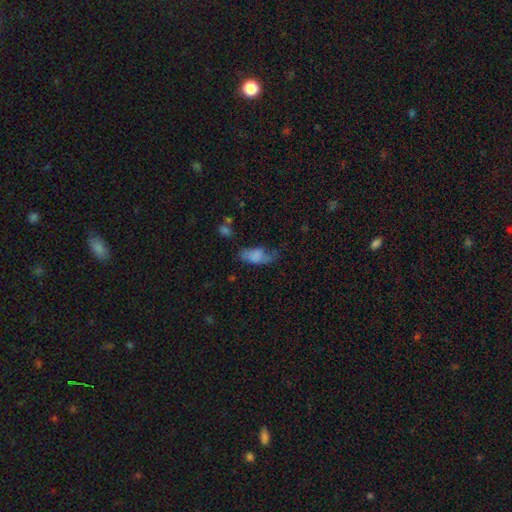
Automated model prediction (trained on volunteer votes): Overall: smooth (69%). How rounded: in between (88%). Merging: none (36%; minor disturbance 33%).